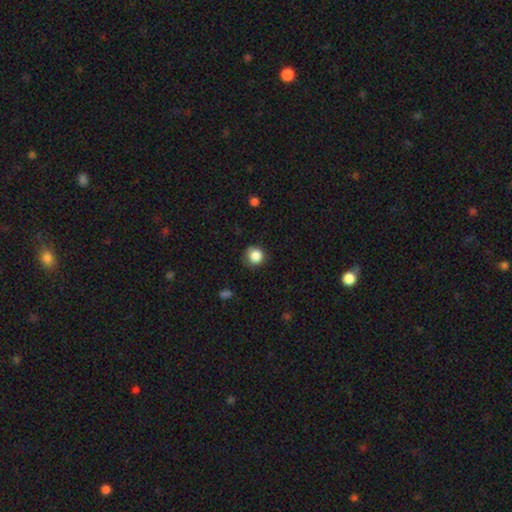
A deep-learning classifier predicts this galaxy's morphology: Smooth or featured? smooth (86%)
How rounded? round (90%)
Merging? none (75%)